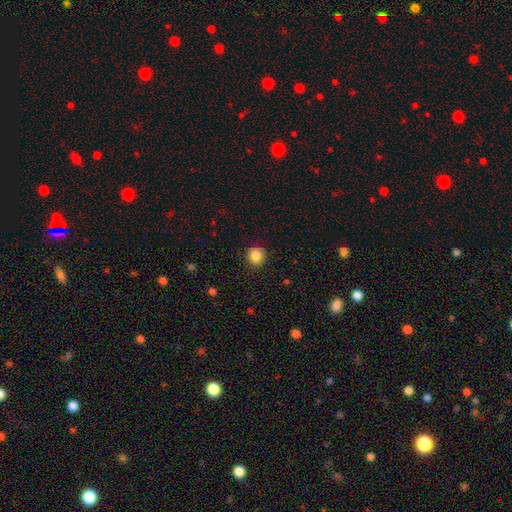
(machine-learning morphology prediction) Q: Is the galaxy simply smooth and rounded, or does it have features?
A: smooth — 86%.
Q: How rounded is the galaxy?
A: round — 92%.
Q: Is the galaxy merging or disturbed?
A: none — 90%.